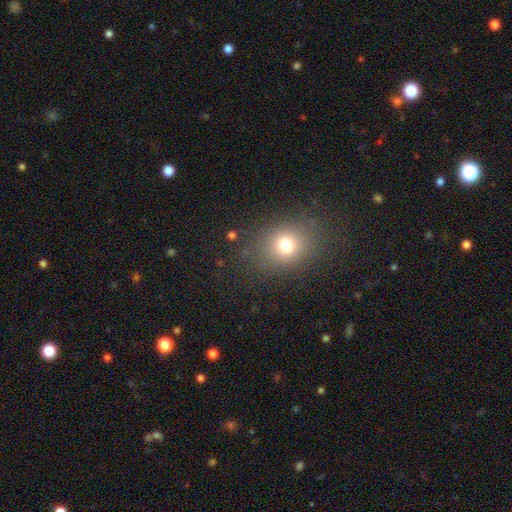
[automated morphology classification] type=smooth (69%); roundness=round (55%); merging=none (88%).